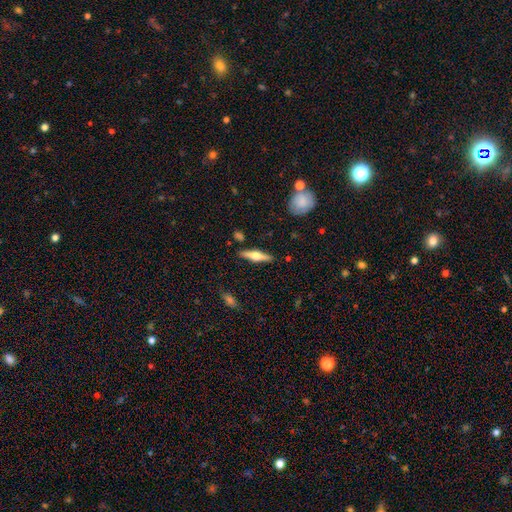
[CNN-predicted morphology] This appears to be a featured or disk galaxy (58%) viewed edge-on (96%) with a rounded central bulge (93%). Merging: none (89%).